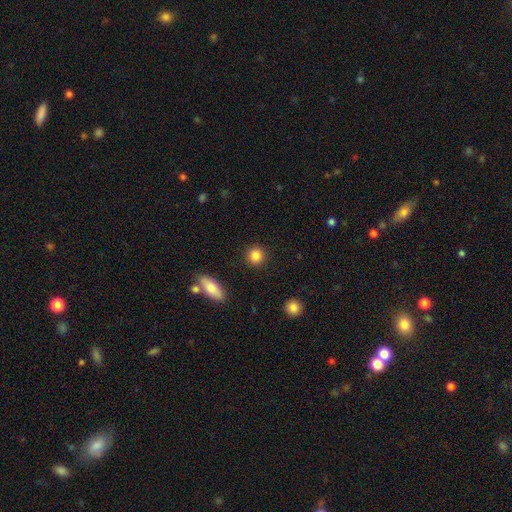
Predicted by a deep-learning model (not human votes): smooth-or-featured: smooth: 86% | star or artifact: 9% | featured or disk: 5%
  how-rounded: round: 90% | in between: 8% | cigar-shaped: 1%
  merging: none: 91% | minor disturbance: 5% | merger: 2% | major disturbance: 2%